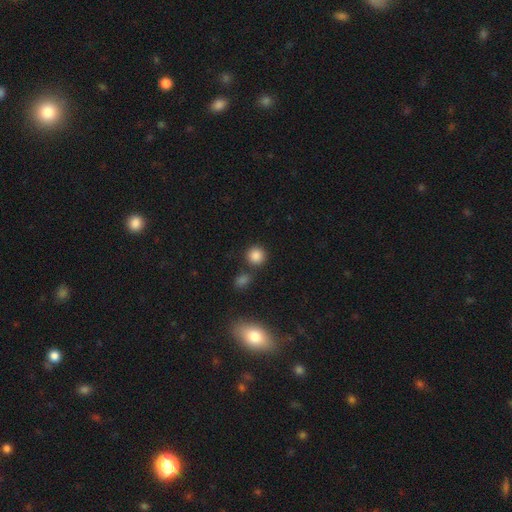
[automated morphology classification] Smooth or featured? Predicted: smooth (p=0.84). How rounded? Predicted: round (p=0.91). Merging? Predicted: none (p=0.76).